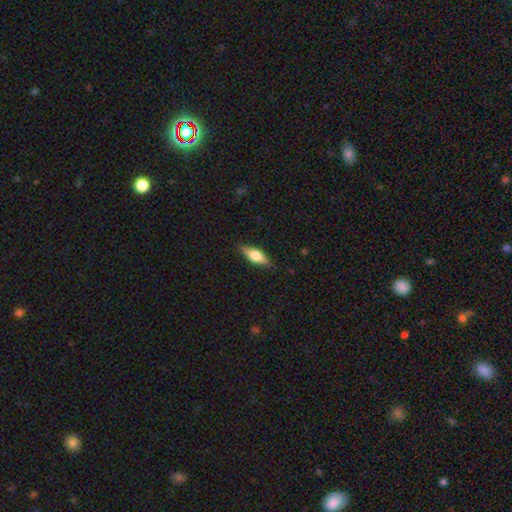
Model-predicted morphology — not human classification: Smooth or featured?
  - smooth: 59% *
  - featured or disk: 34%
  - star or artifact: 7%
How rounded?
  - in between: 65% *
  - cigar-shaped: 32%
  - round: 3%
Merging?
  - none: 85% *
  - minor disturbance: 12%
  - major disturbance: 2%
  - merger: 1%